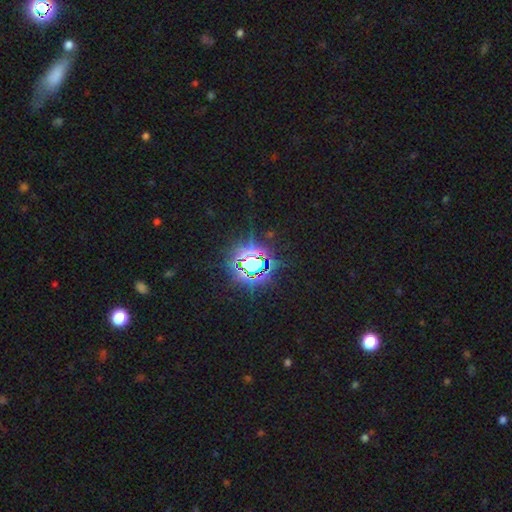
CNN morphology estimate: A star or artifact, not a galaxy (81%).

Vote fractions:
- Smooth or featured? star or artifact: 81% / smooth: 11% / featured or disk: 8%